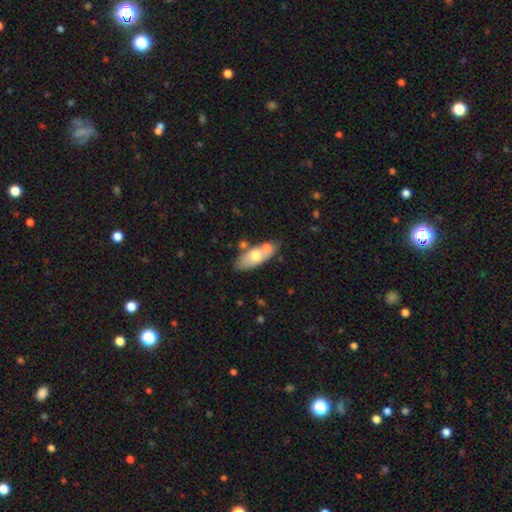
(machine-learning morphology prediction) This appears to be a smooth galaxy with no disk features (59%) that is in between round and cigar-shaped (74%). Merging: none (47%).